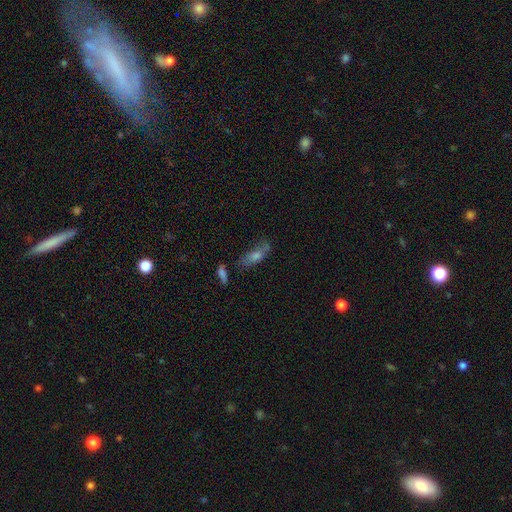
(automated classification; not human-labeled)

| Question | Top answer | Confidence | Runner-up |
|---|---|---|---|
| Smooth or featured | smooth | 53% | featured or disk (33%) |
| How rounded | in between | 60% | cigar-shaped (36%) |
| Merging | none | 53% | minor disturbance (24%) |